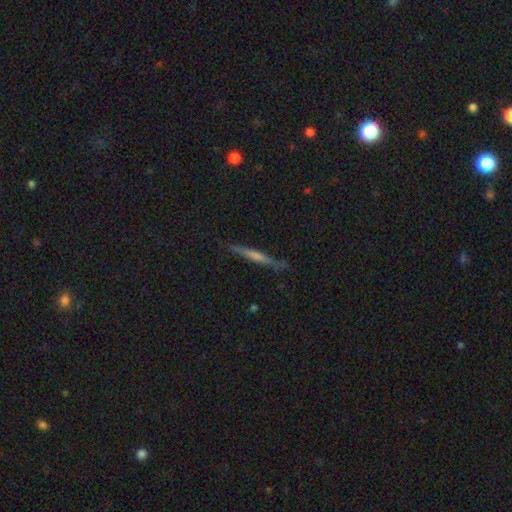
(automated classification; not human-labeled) Smooth or featured: featured or disk — 63% (smooth — 24%)
Edge-on disk: yes — 95% (no — 5%)
Edge-on bulge: rounded — 62% (none — 26%)
Merging: none — 87% (minor disturbance — 9%)